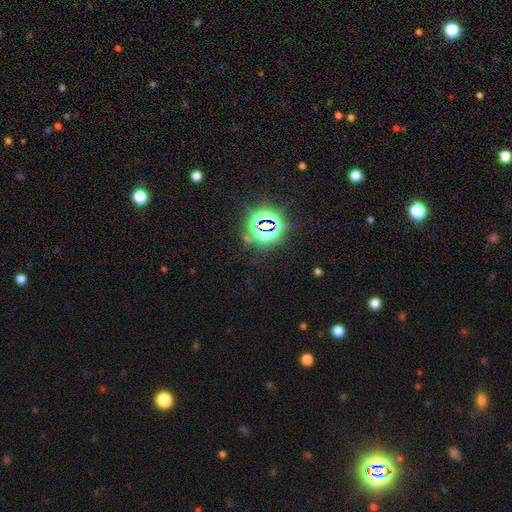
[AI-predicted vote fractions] The model was most divided on "smooth or featured": star or artifact: 84%, smooth: 10%, featured or disk: 7%.